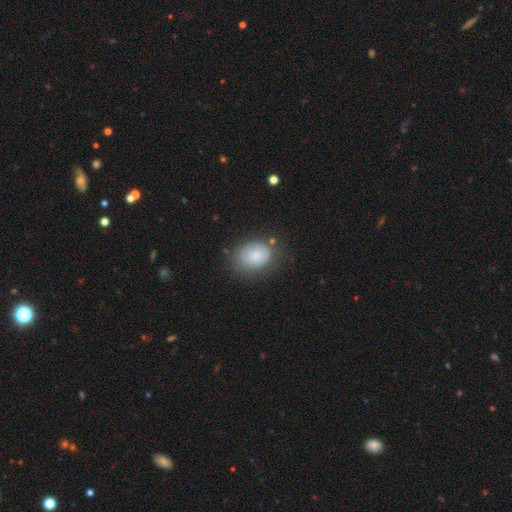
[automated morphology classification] A smooth galaxy with no disk features (74%) that is in between round and cigar-shaped (69%). Merging: none (62%).